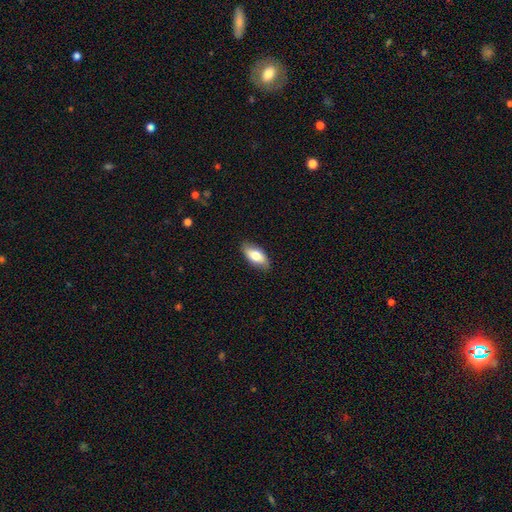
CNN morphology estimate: Overall: smooth (74%). How rounded: in between (88%). Merging: none (85%).